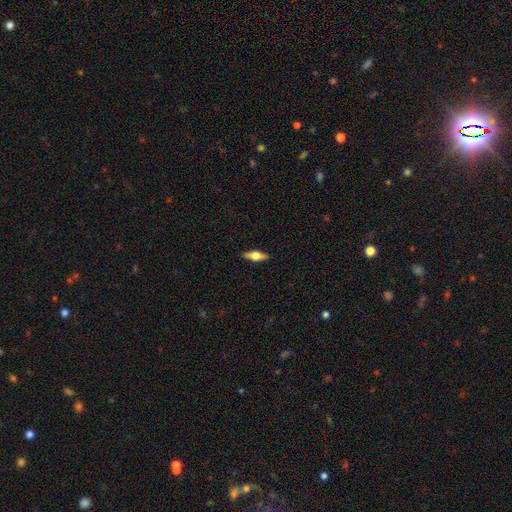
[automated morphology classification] Q: Smooth or featured?
A: featured or disk (48%); runner-up: smooth (46%)
Q: Merging?
A: none (90%); runner-up: minor disturbance (8%)